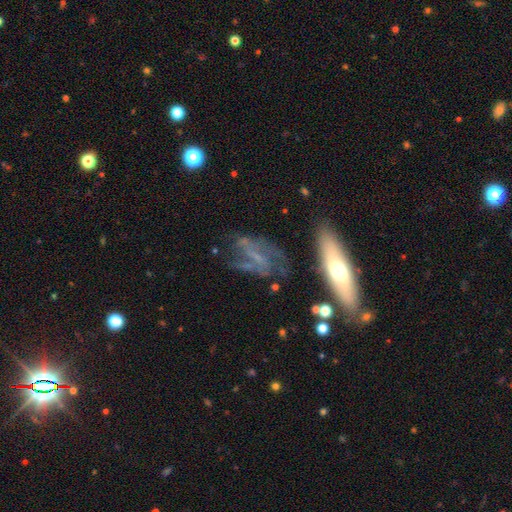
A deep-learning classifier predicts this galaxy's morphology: Q: Smooth or featured?
A: featured or disk (66%); runner-up: smooth (21%)
Q: Edge-on disk?
A: no (88%); runner-up: yes (12%)
Q: Bar?
A: no (49%); runner-up: weak (34%)
Q: Spiral arms?
A: yes (70%); runner-up: no (30%)
Q: Bulge size?
A: none (48%); runner-up: small (37%)
Q: Merging?
A: none (54%); runner-up: minor disturbance (22%)